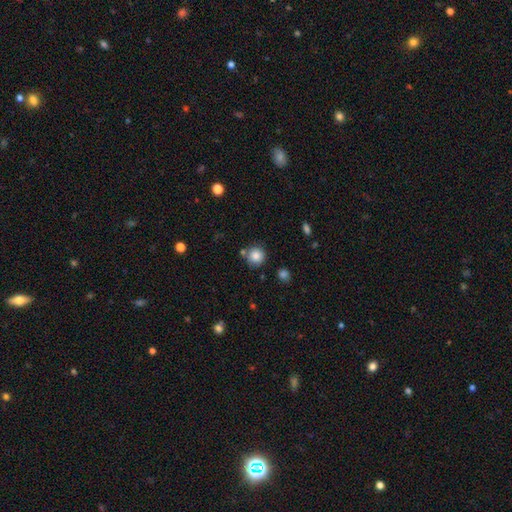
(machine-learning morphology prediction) A smooth galaxy with no disk features (84%) that is round (93%).

Vote fractions:
- Smooth or featured? smooth: 84% / star or artifact: 10% / featured or disk: 6%
- How rounded? round: 93% / in between: 6% / cigar-shaped: 1%
- Merging? none: 76% / merger: 11% / minor disturbance: 10% / major disturbance: 3%